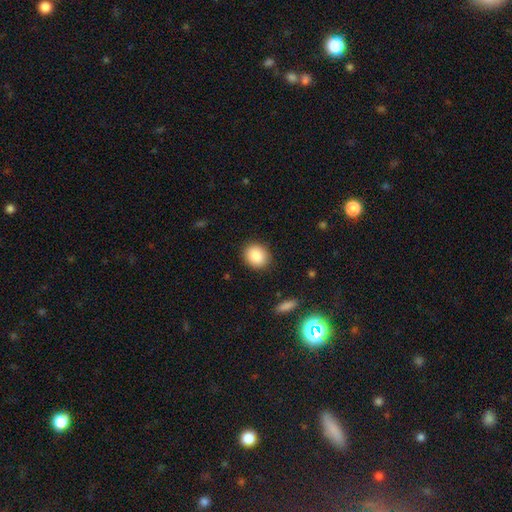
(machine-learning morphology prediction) Q: Smooth or featured?
A: smooth (88%); runner-up: star or artifact (8%)
Q: How rounded?
A: round (61%); runner-up: in between (38%)
Q: Merging?
A: none (88%); runner-up: minor disturbance (8%)